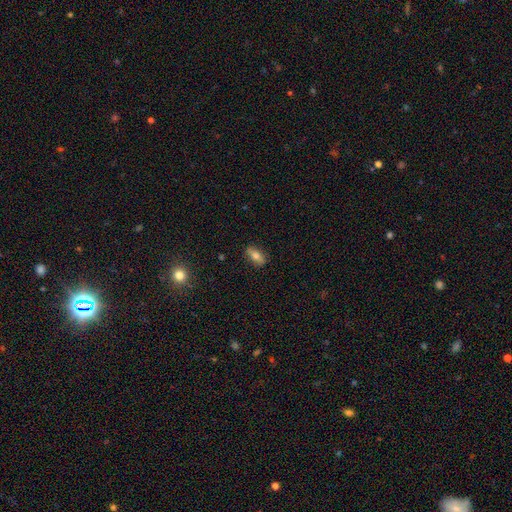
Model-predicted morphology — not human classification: A smooth galaxy with no disk features (71%) that is in between round and cigar-shaped (78%). Merging: none (84%).